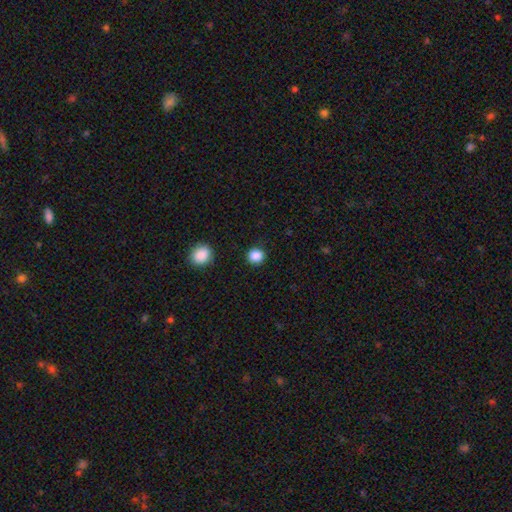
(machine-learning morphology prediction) The model was most divided on "smooth or featured": smooth: 87%, star or artifact: 10%, featured or disk: 3%. More confident: merging — none (89%); how rounded — round (89%).